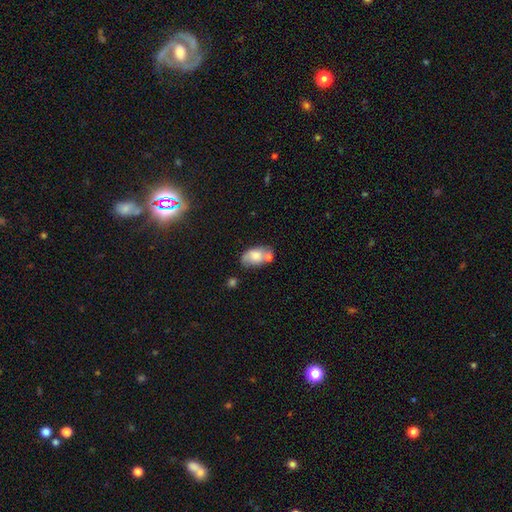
smooth 82%, featured or disk 13%, star or artifact 5%. Down the decision tree: how rounded — in between (91%); merging — none (62%).